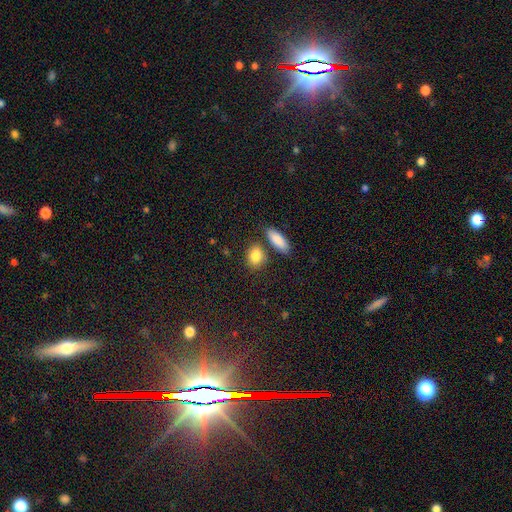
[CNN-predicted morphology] smooth 86%, star or artifact 8%, featured or disk 7%. Down the decision tree: how rounded — in between (67%); merging — none (72%).